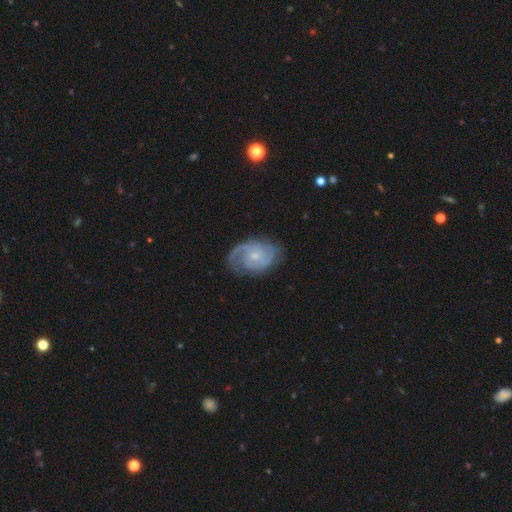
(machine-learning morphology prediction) Q: Smooth or featured?
A: featured or disk (83%); runner-up: smooth (12%)
Q: Edge-on disk?
A: no (97%); runner-up: yes (3%)
Q: Bar?
A: no (61%); runner-up: weak (35%)
Q: Spiral arms?
A: yes (95%); runner-up: no (5%)
Q: Spiral winding?
A: medium (44%); runner-up: tight (40%)
Q: Spiral arm count?
A: 2 (57%); runner-up: can't tell (19%)
Q: Bulge size?
A: small (69%); runner-up: moderate (24%)
Q: Merging?
A: none (69%); runner-up: minor disturbance (21%)